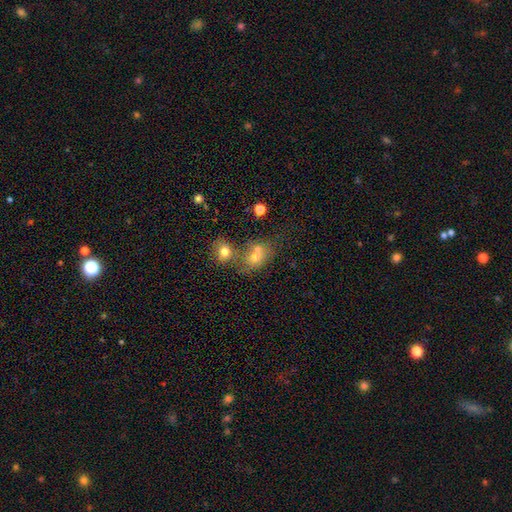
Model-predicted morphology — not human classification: Smooth or featured: smooth — 64% (featured or disk — 18%)
How rounded: round — 54% (in between — 45%)
Merging: merger — 48% (none — 36%)